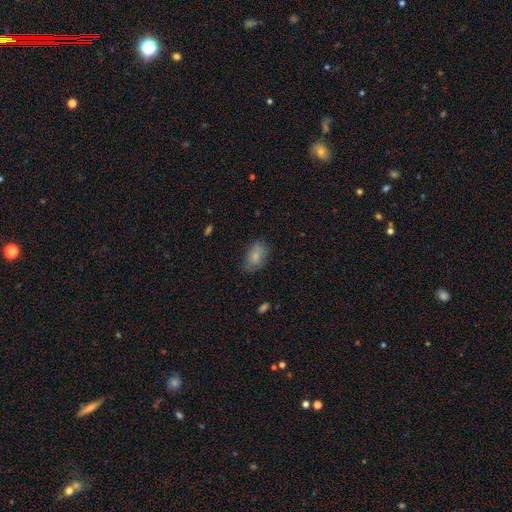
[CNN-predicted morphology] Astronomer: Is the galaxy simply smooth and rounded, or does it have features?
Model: smooth — 79%.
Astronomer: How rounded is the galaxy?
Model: in between — 90%.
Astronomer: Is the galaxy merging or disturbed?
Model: none — 70%.